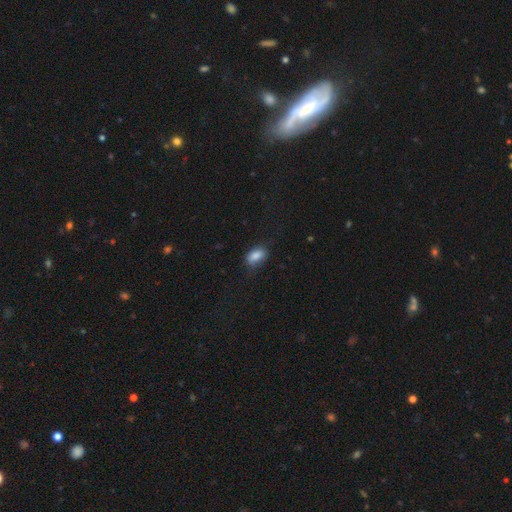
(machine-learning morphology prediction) A smooth galaxy with no disk features (85%) that is in between round and cigar-shaped (89%). Merging: none (68%).